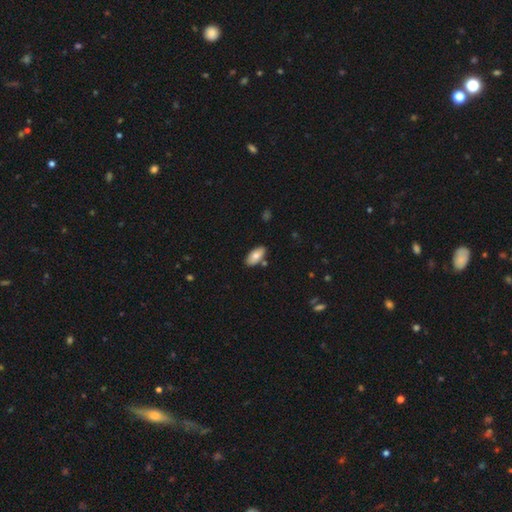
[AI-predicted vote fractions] smooth_or_featured: smooth (p=0.75) [alt: featured or disk p=0.18]
how_rounded: in between (p=0.92) [alt: cigar-shaped p=0.05]
merging: none (p=0.81) [alt: minor disturbance p=0.12]